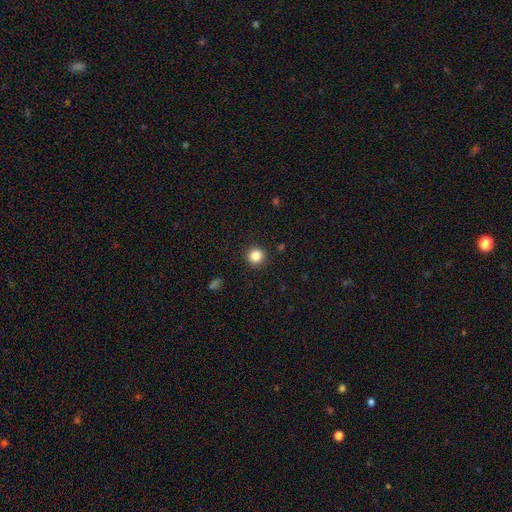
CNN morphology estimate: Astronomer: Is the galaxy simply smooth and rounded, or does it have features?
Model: smooth — 84%.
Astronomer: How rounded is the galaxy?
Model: round — 94%.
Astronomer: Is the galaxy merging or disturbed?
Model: none — 92%.